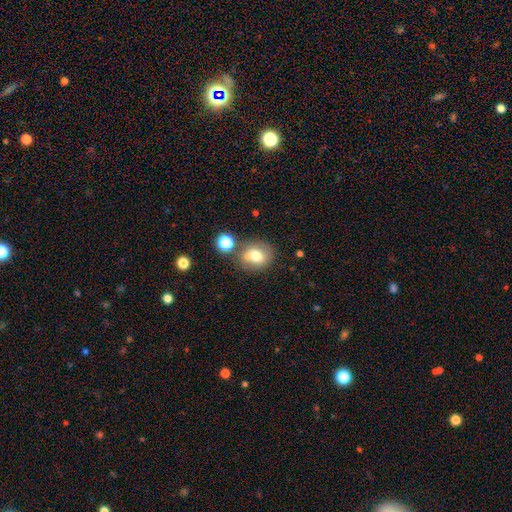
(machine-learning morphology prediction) Smooth or featured: smooth — 69% (featured or disk — 19%)
How rounded: round — 71% (in between — 28%)
Merging: none — 60% (merger — 20%)